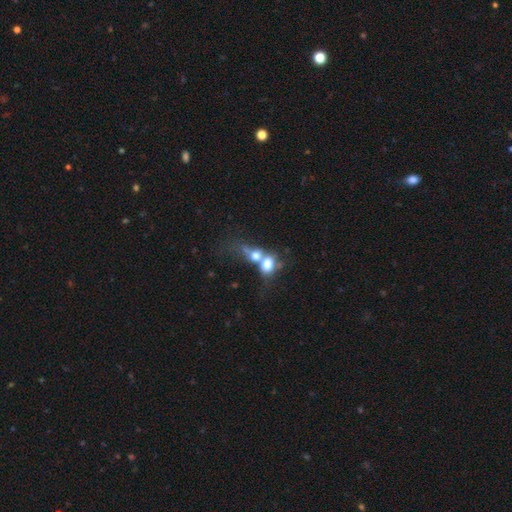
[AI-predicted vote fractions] A smooth galaxy with no disk features (66%) that is round (53%).

Vote fractions:
- Smooth or featured? smooth: 66% / featured or disk: 22% / star or artifact: 13%
- How rounded? round: 53% / in between: 45% / cigar-shaped: 2%
- Merging? merger: 70% / none: 17% / major disturbance: 8% / minor disturbance: 6%